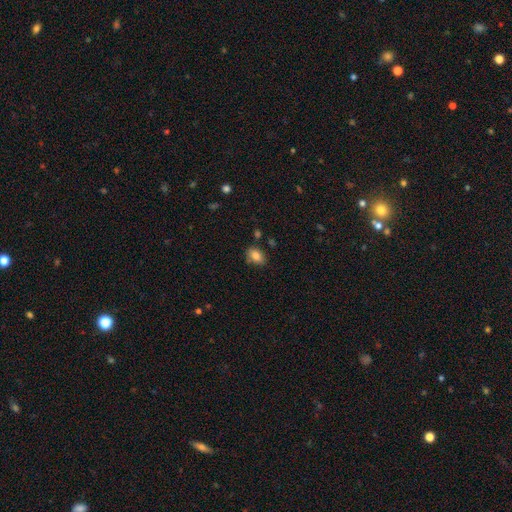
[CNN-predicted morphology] Smooth or featured?
  - smooth: 84% *
  - star or artifact: 9%
  - featured or disk: 7%
How rounded?
  - in between: 80% *
  - round: 18%
  - cigar-shaped: 1%
Merging?
  - none: 75% *
  - minor disturbance: 17%
  - merger: 4%
  - major disturbance: 4%